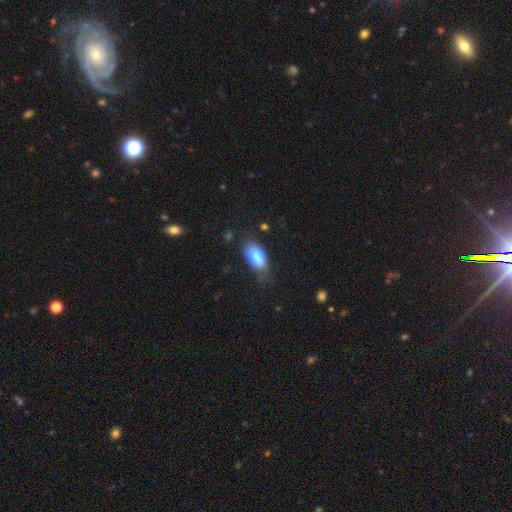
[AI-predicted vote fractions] Overall: smooth (77%). How rounded: in between (89%). Merging: none (66%).